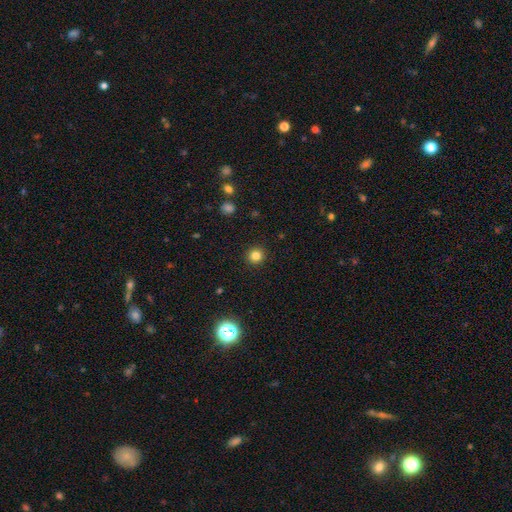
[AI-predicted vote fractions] Q: Smooth or featured?
A: smooth (82%); runner-up: star or artifact (13%)
Q: How rounded?
A: round (94%); runner-up: in between (5%)
Q: Merging?
A: none (93%); runner-up: minor disturbance (5%)